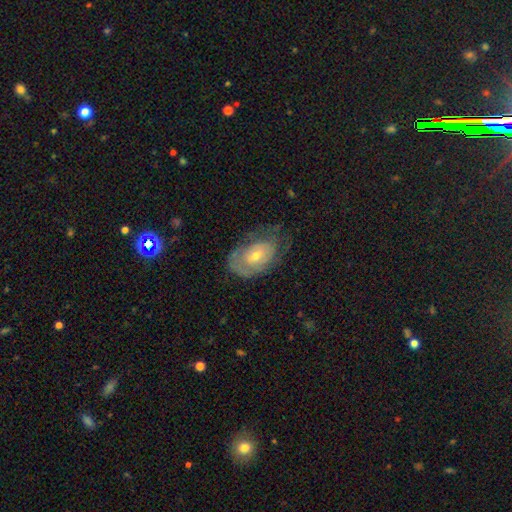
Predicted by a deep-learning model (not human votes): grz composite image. It shows a featured or disk galaxy (55%) with no bar (75%), spiral arms (55%) and a moderate central bulge (48%, tied with small). Merging: none (51%).